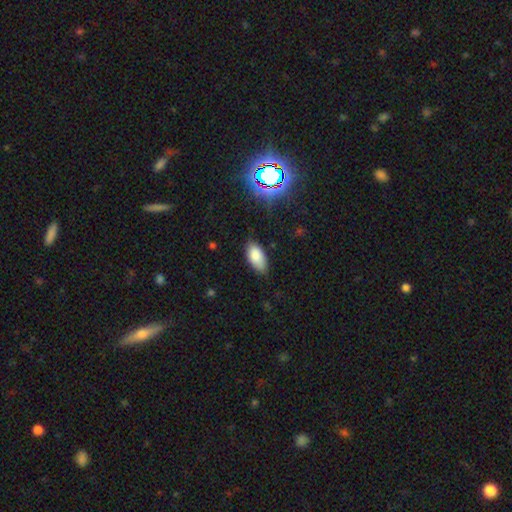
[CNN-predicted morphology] A smooth galaxy with no disk features (84%) that is in between round and cigar-shaped (92%).

Vote fractions:
- Smooth or featured? smooth: 84% / star or artifact: 9% / featured or disk: 7%
- How rounded? in between: 92% / cigar-shaped: 5% / round: 2%
- Merging? none: 77% / minor disturbance: 18% / major disturbance: 3% / merger: 1%